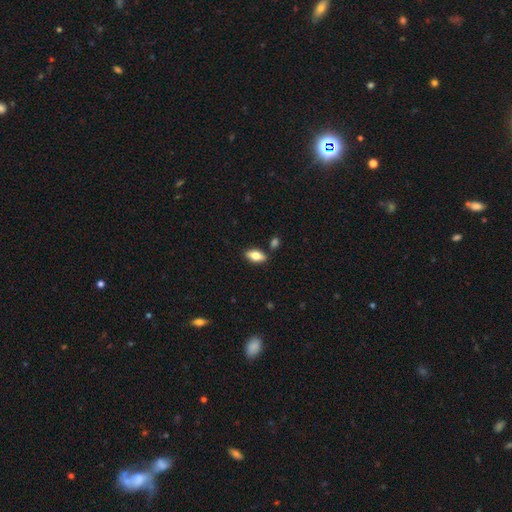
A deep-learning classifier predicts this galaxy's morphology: This is likely a smooth galaxy (69%). How rounded: clearly in between (86%). Merging: clearly none (84%).